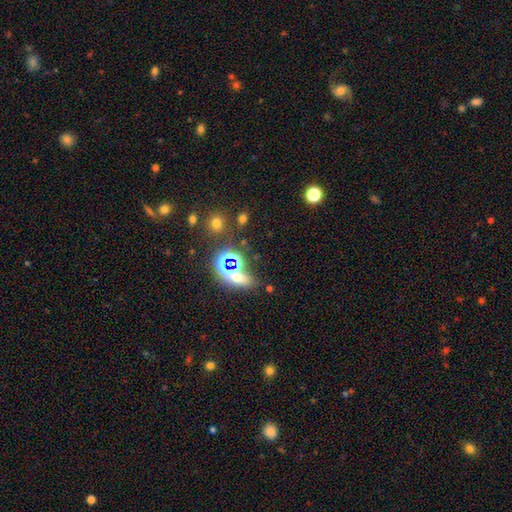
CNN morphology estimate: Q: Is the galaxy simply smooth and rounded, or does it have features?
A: star or artifact — 54%.